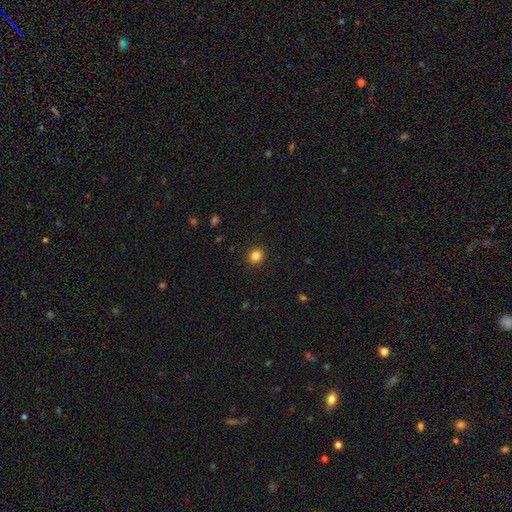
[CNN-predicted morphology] This is clearly a smooth galaxy (85%). How rounded: likely round (75%). Merging: clearly none (90%).